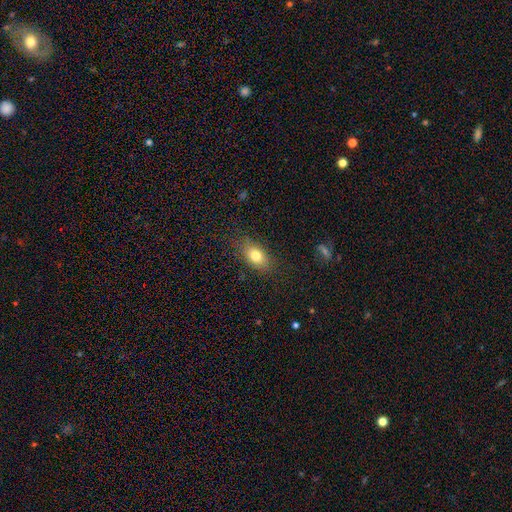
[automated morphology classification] Overall: smooth (79%). How rounded: in between (83%). Merging: none (80%).